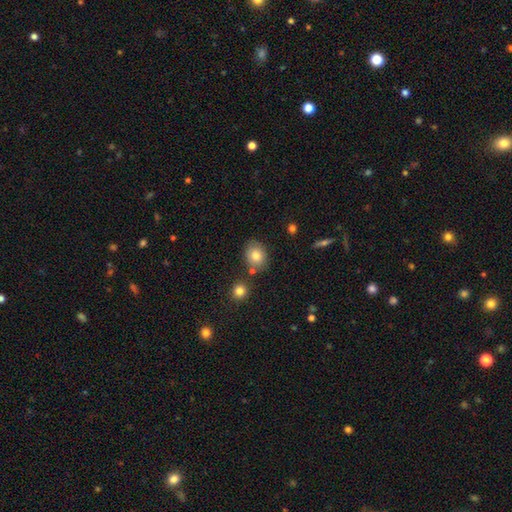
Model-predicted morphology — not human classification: Smooth or featured?
  - smooth: 81% *
  - featured or disk: 10%
  - star or artifact: 9%
How rounded?
  - in between: 52% *
  - round: 47%
  - cigar-shaped: 1%
Merging?
  - none: 75% *
  - minor disturbance: 13%
  - merger: 9%
  - major disturbance: 3%